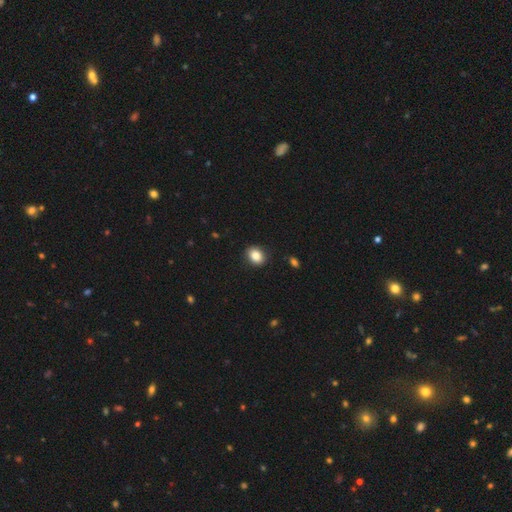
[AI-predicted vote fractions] Morphology: type=smooth (85%); roundness=in between (54%); merging=none (89%).